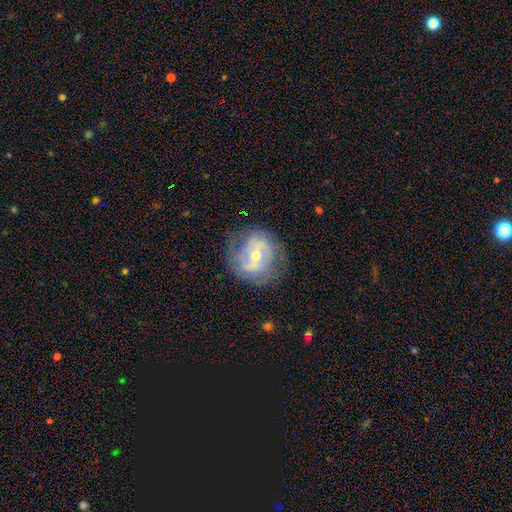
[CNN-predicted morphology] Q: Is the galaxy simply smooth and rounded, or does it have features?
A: featured or disk — 75%.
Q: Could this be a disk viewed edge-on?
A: no — 96%.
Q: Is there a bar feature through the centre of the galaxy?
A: weak — 45%.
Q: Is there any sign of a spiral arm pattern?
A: yes — 83%.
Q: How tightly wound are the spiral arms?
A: medium — 43%.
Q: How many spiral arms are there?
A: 2 — 71%.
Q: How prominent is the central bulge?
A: small — 55%.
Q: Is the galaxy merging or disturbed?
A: none — 71%.